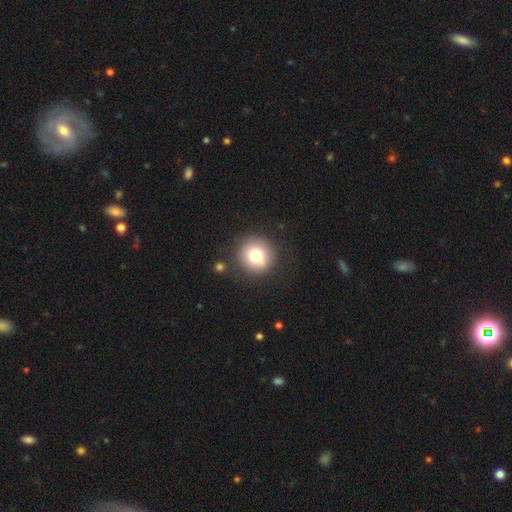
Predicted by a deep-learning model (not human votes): A smooth galaxy with no disk features (77%) that is round (94%). Merging: none (87%).